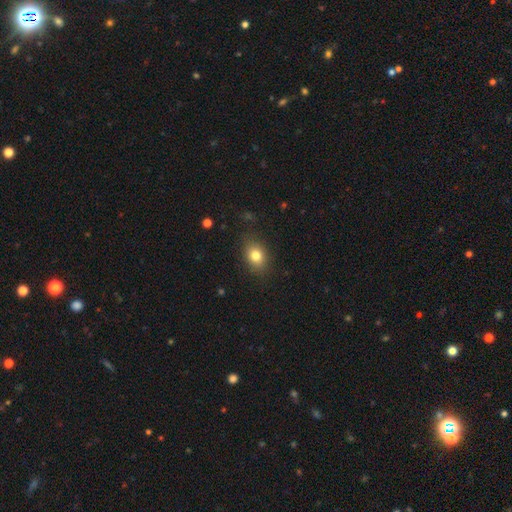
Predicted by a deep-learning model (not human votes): The model was most divided on "how rounded": in between: 62%, round: 37%, cigar-shaped: 1%. More confident: merging — none (85%); smooth or featured — smooth (80%).